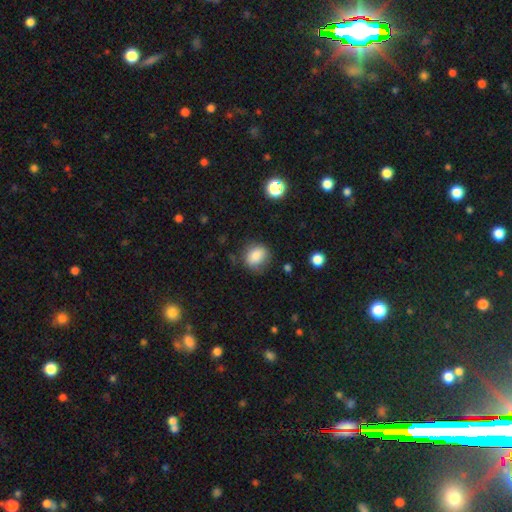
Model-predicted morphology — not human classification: This is clearly a smooth galaxy (84%). How rounded: possibly round (57%). Merging: likely none (73%).